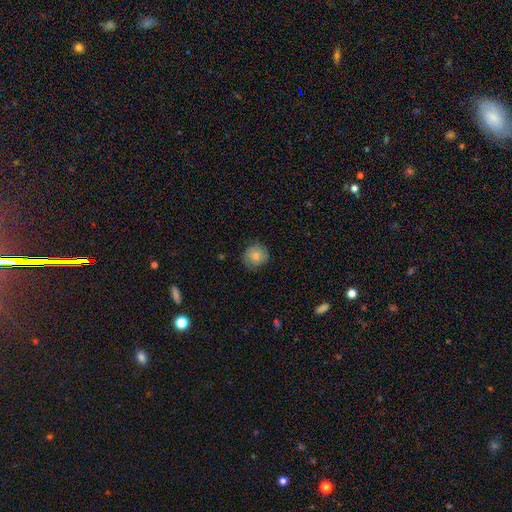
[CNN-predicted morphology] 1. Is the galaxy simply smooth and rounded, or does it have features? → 66% smooth, 26% featured or disk, 8% star or artifact.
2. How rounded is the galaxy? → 88% round, 11% in between, 1% cigar-shaped.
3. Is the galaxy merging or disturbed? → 78% none, 17% minor disturbance, 4% major disturbance, 1% merger.